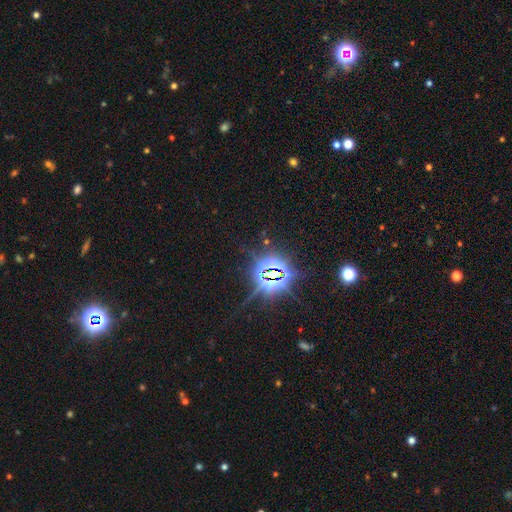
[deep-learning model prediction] star or artifact 84%, smooth 9%, featured or disk 7%.